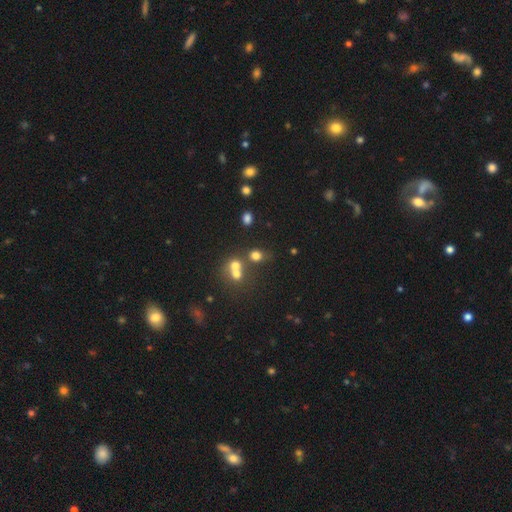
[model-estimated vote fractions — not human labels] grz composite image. It shows a smooth galaxy with no disk features (69%) that is round (69%). Merging: none (47%).